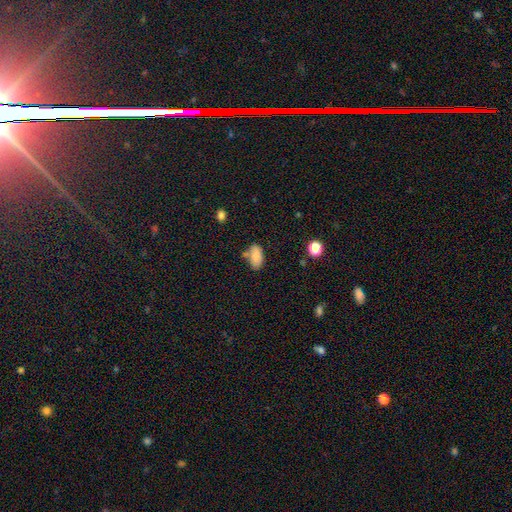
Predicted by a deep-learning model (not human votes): Morphology: type=smooth (85%); roundness=in between (93%); merging=none (64%).